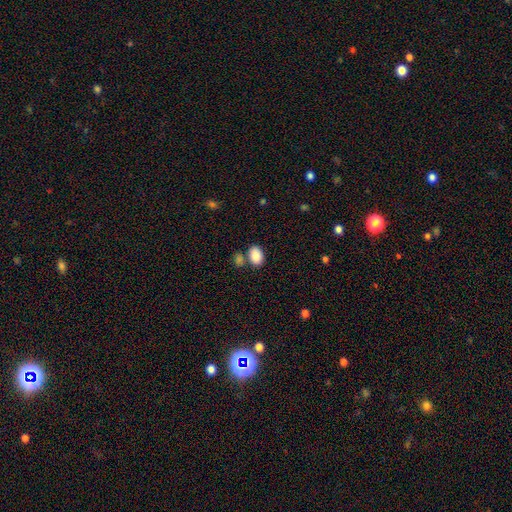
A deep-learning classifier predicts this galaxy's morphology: Q: Smooth or featured?
A: smooth (88%); runner-up: star or artifact (7%)
Q: How rounded?
A: in between (82%); runner-up: round (17%)
Q: Merging?
A: none (65%); runner-up: merger (18%)